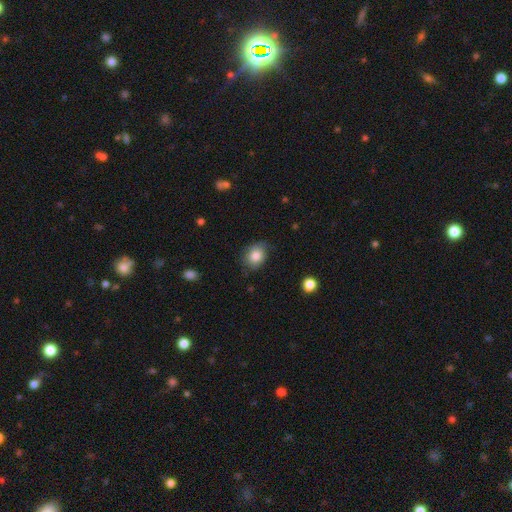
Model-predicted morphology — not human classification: This appears to be a smooth galaxy with no disk features (82%) that is in between round and cigar-shaped (56%). Merging: none (72%).